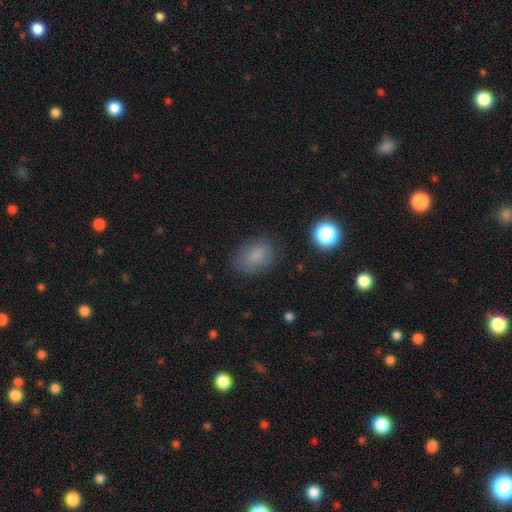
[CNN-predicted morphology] Smooth or featured? Predicted: smooth (p=0.81). How rounded? Predicted: in between (p=0.76). Merging? Predicted: none (p=0.78).